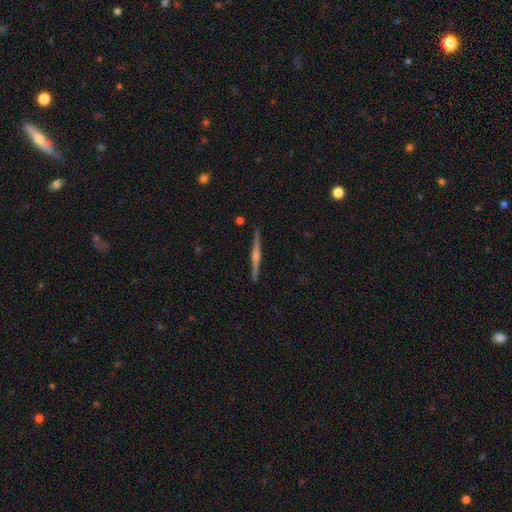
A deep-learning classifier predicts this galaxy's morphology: Overall: featured or disk (75%). Edge-on disk: yes (98%). Edge-on bulge: rounded (66%). Merging: none (92%).